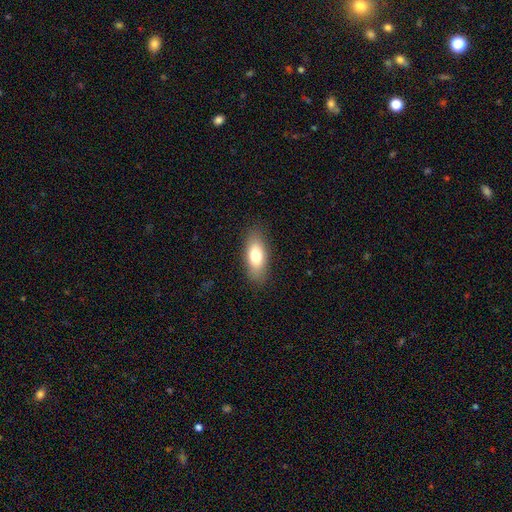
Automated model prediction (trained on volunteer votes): Smooth or featured?
  - smooth: 77% *
  - featured or disk: 16%
  - star or artifact: 7%
How rounded?
  - in between: 79% *
  - cigar-shaped: 18%
  - round: 3%
Merging?
  - none: 85% *
  - minor disturbance: 11%
  - major disturbance: 3%
  - merger: 1%